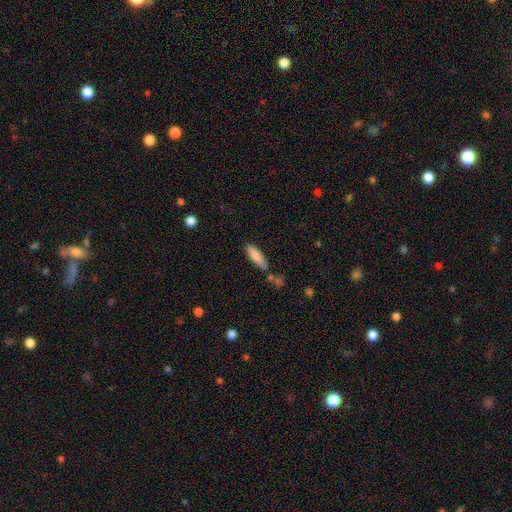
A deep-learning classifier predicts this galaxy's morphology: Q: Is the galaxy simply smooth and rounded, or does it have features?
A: smooth — 83%.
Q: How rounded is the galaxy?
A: cigar-shaped — 56%.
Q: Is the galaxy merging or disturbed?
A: none — 72%.